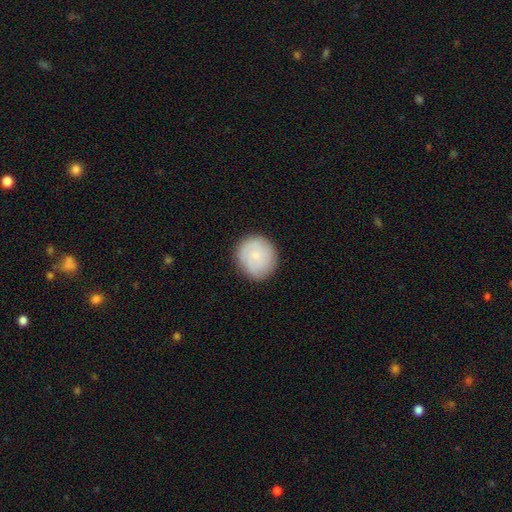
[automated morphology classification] smooth-or-featured: smooth: 74% | featured or disk: 19% | star or artifact: 7%
  how-rounded: round: 91% | in between: 8% | cigar-shaped: 1%
  merging: none: 86% | minor disturbance: 11% | major disturbance: 3% | merger: 1%